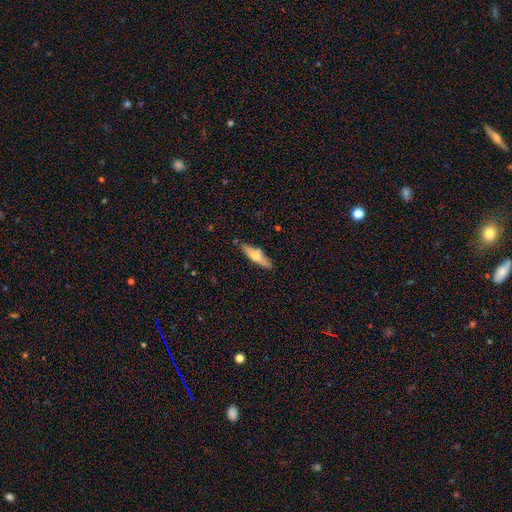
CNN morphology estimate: smooth 49%, featured or disk 45%, star or artifact 6%. Down the decision tree: merging — none (85%).